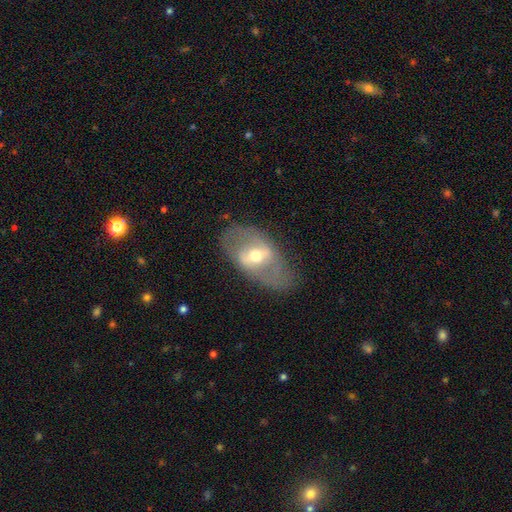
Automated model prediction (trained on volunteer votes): Overall: featured or disk (71%). Edge-on disk: no (90%). Bar: weak (42%; strong 40%). Spiral arms: yes (57%; no 43%). Bulge size: moderate (63%; small 30%). Merging: none (73%).